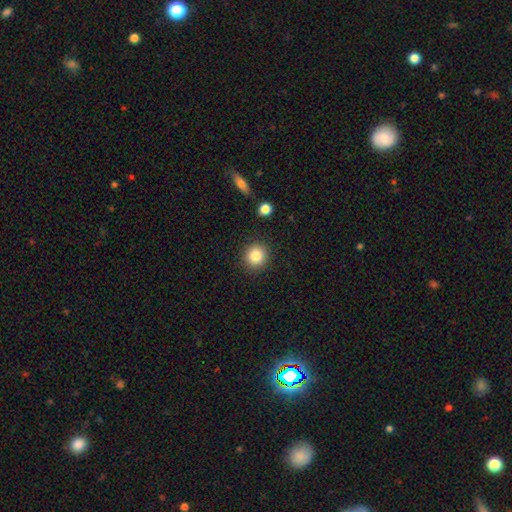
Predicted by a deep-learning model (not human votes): Smooth or featured? smooth (85%)
How rounded? round (88%)
Merging? none (89%)